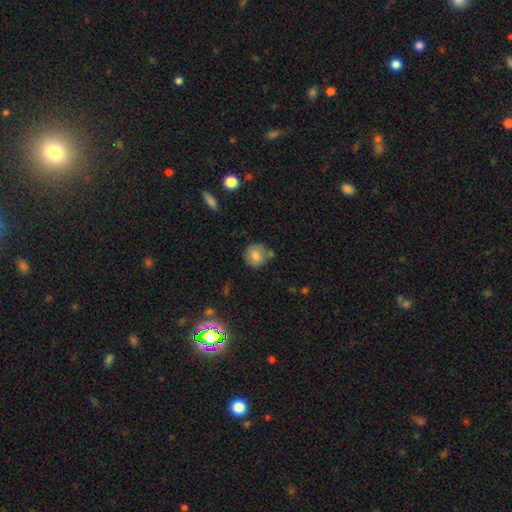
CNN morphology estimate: Smooth or featured: smooth — 76% (featured or disk — 15%)
How rounded: round — 91% (in between — 8%)
Merging: none — 69% (minor disturbance — 16%)